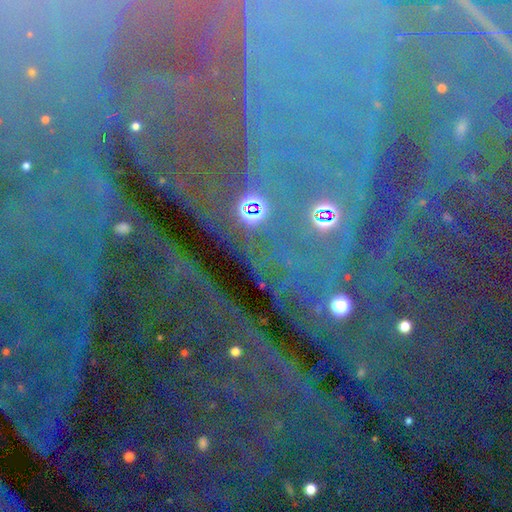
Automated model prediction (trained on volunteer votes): The model was most divided on "smooth or featured": star or artifact: 87%, featured or disk: 7%, smooth: 6%.